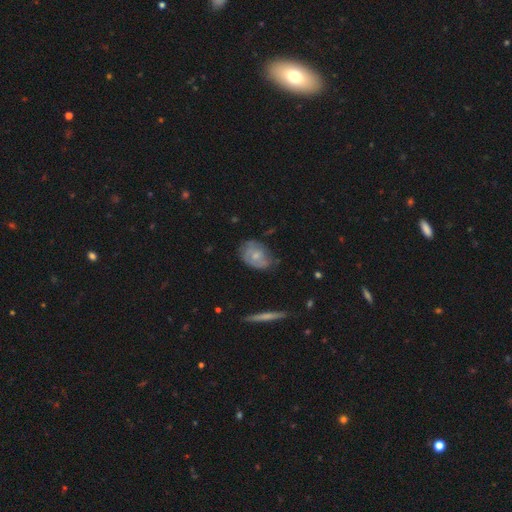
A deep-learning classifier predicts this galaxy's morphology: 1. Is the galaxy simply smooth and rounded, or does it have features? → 48% smooth, 46% featured or disk, 7% star or artifact.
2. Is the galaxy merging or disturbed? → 55% none, 32% minor disturbance, 11% major disturbance, 2% merger.